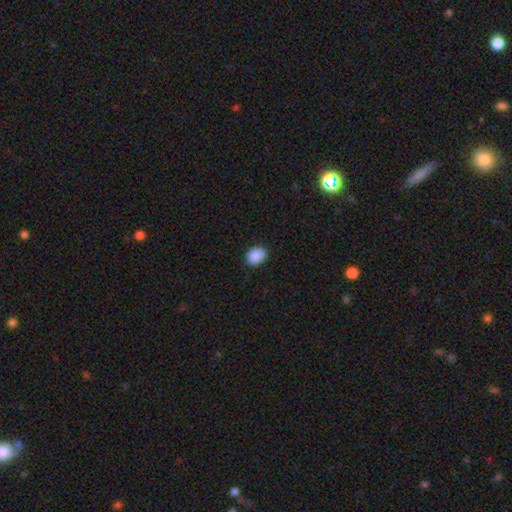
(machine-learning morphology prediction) Overall: smooth (90%). How rounded: in between (69%; round 30%). Merging: none (87%).